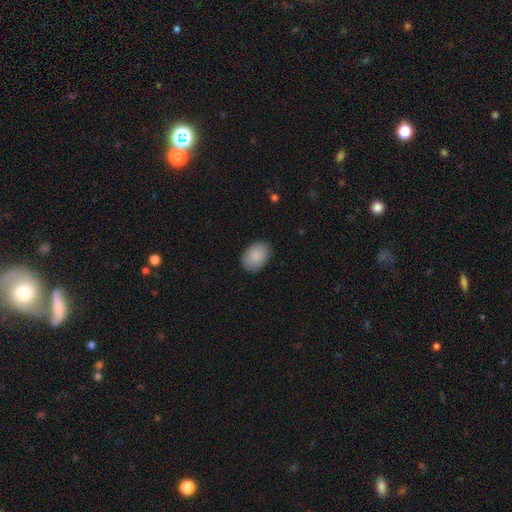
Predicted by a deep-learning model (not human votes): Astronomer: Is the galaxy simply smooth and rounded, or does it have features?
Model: smooth — 89%.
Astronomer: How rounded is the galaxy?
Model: in between — 81%.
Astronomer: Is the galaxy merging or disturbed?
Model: none — 86%.